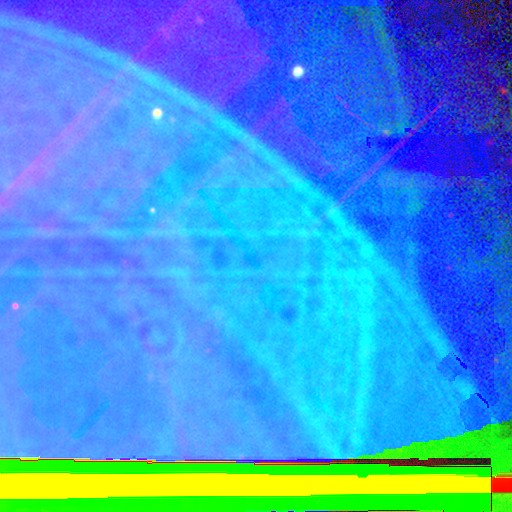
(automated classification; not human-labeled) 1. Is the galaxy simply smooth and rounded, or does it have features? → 87% star or artifact, 7% featured or disk, 7% smooth.